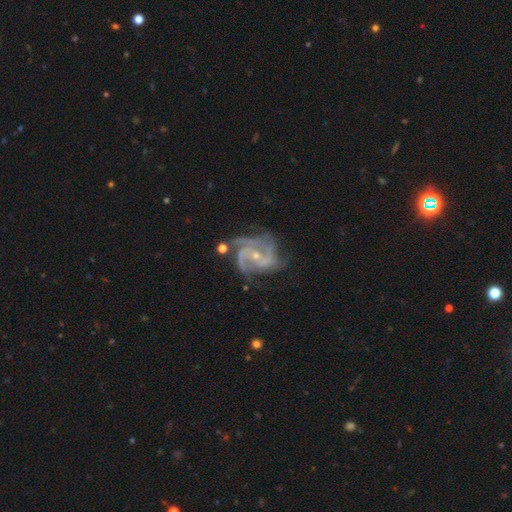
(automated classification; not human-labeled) Smooth or featured? featured or disk (91%)
Edge-on disk? no (98%)
Bar? no (55%)
Spiral arms? yes (98%)
Spiral winding? medium (46%)
Spiral arm count? 3 (51%)
Bulge size? small (68%)
Merging? none (57%)